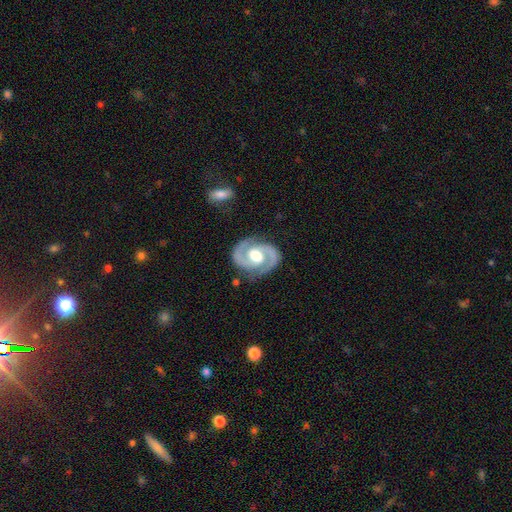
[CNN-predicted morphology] A featured or disk galaxy (93%) with no bar (43%), 2 (95%) medium (52%) spiral arms (98%) and a moderate central bulge (72%). Merging: none (85%).